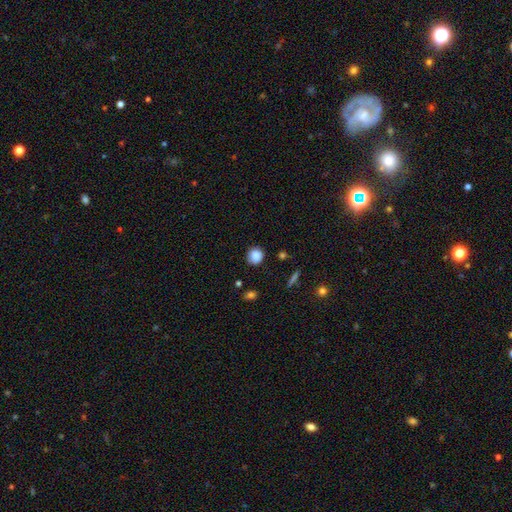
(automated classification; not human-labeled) Overall: smooth (86%). How rounded: round (88%). Merging: none (84%).